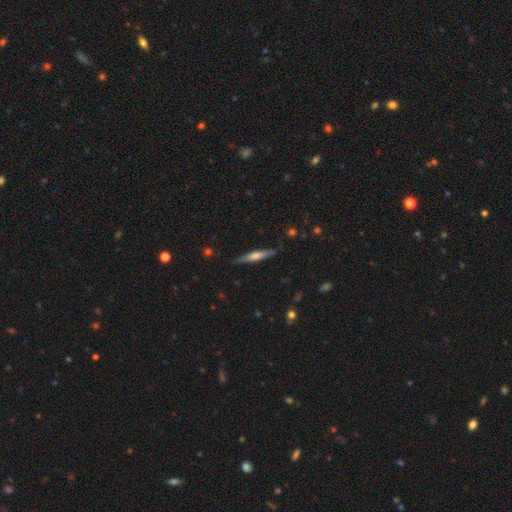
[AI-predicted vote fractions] Smooth or featured? Predicted: featured or disk (p=0.52). Edge-on disk? Predicted: yes (p=0.96). Edge-on bulge? Predicted: rounded (p=0.61). Merging? Predicted: none (p=0.86).